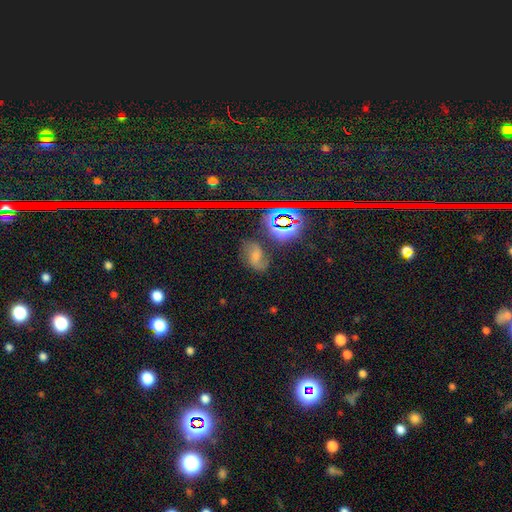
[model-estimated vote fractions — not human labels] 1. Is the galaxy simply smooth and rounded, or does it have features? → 42% featured or disk, 35% smooth, 23% star or artifact.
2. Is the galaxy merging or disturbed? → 59% none, 23% minor disturbance, 12% major disturbance, 6% merger.